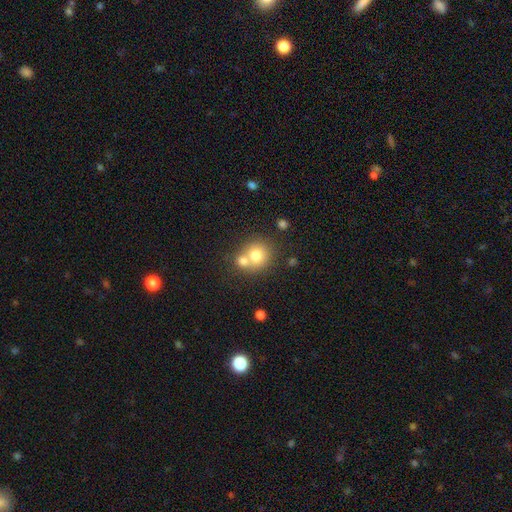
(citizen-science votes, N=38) smooth-or-featured: smooth: 79% | featured or disk: 18% | star or artifact: 3%
  how-rounded: round: 87% | in between: 13% | cigar-shaped: 0%
  merging: merger: 57% | none: 35% | major disturbance: 5% | minor disturbance: 3%